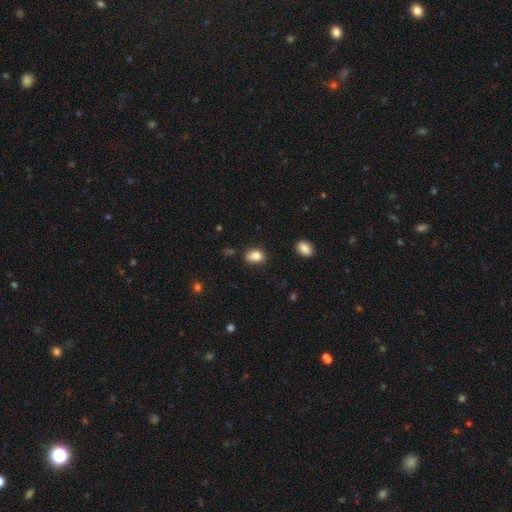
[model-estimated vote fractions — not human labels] Smooth or featured? Predicted: smooth (p=0.84). How rounded? Predicted: in between (p=0.78). Merging? Predicted: none (p=0.75).